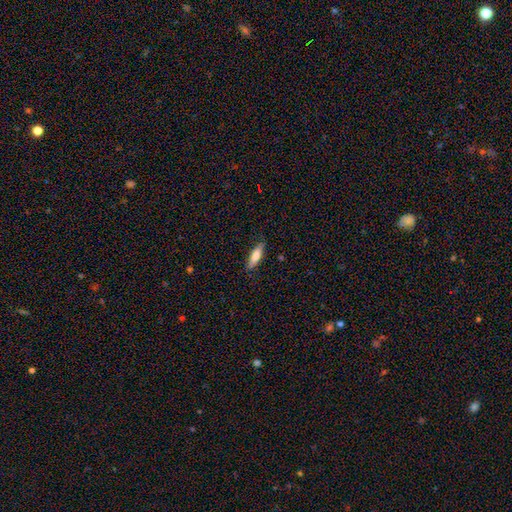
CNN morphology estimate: Overall: smooth (73%). How rounded: cigar-shaped (62%; in between 36%). Merging: none (84%).